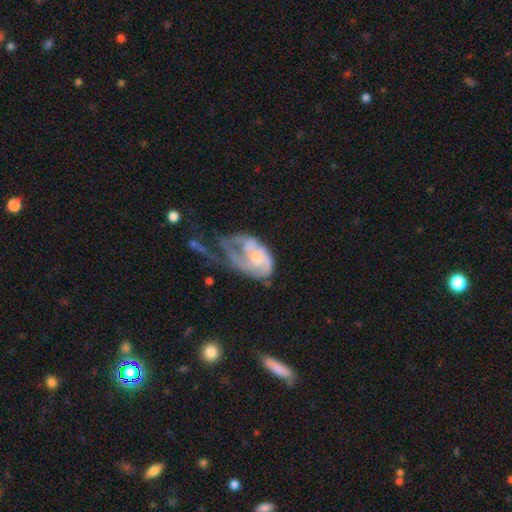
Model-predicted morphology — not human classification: featured or disk 69%, smooth 24%, star or artifact 7%. Down the decision tree: edge-on disk — no (97%); bar — no (74%); spiral arms — yes (69%); bulge size — moderate (50%); merging — major disturbance (52%).